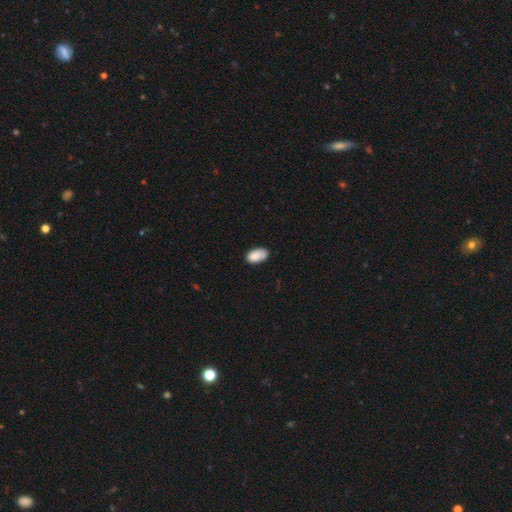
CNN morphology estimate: This is clearly a smooth galaxy (82%). How rounded: clearly in between (92%). Merging: possibly none (59%).